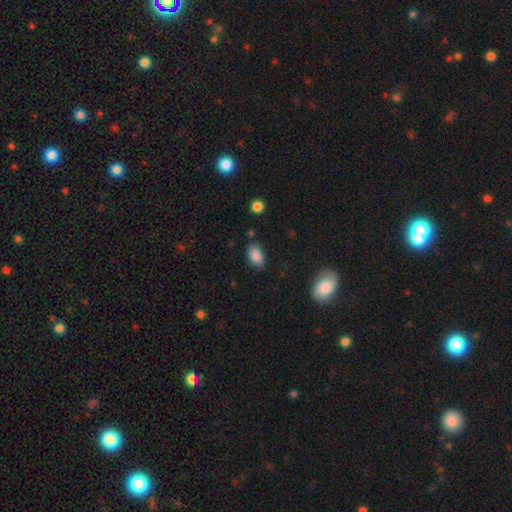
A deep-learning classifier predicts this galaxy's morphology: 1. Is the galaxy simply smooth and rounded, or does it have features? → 85% smooth, 8% star or artifact, 7% featured or disk.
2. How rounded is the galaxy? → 91% in between, 6% round, 2% cigar-shaped.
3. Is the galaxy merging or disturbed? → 80% none, 14% minor disturbance, 3% major disturbance, 2% merger.